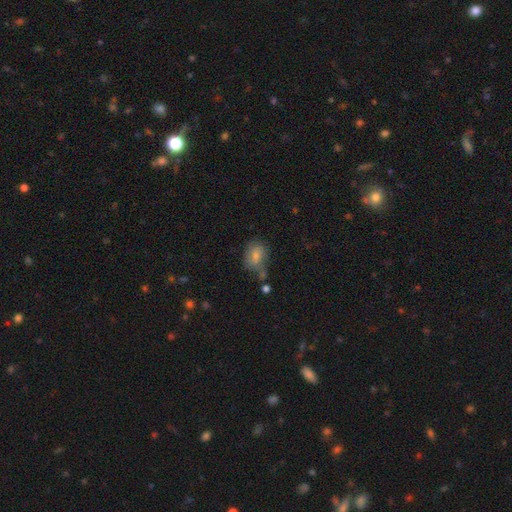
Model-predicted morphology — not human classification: Q: Smooth or featured?
A: smooth (74%); runner-up: featured or disk (17%)
Q: How rounded?
A: in between (65%); runner-up: round (34%)
Q: Merging?
A: none (49%); runner-up: minor disturbance (27%)